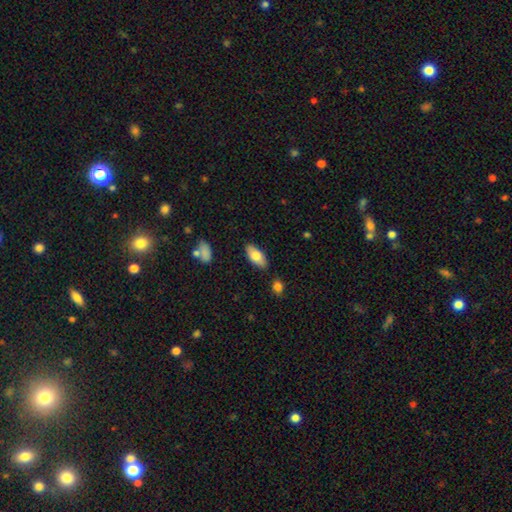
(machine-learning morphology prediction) type=smooth (76%); roundness=in between (89%); merging=none (84%).